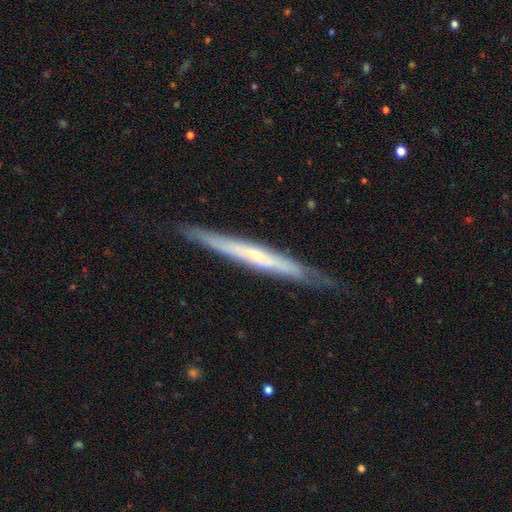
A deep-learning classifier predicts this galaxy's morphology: This is likely a featured or disk galaxy (69%). It is clearly viewed edge-on (91%). Edge-on bulge: possibly rounded (51%). Merging: clearly none (82%).